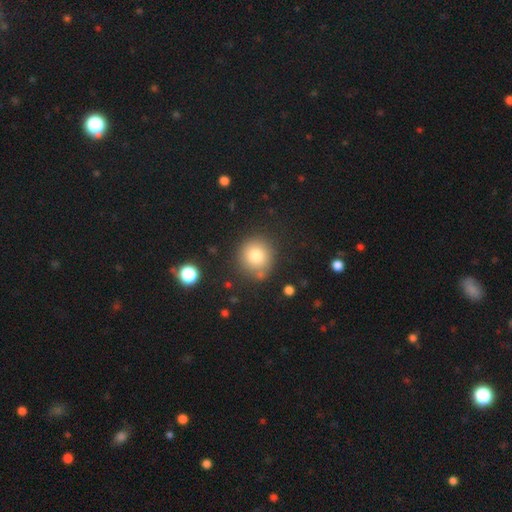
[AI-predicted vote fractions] Overall: smooth (78%). How rounded: round (91%). Merging: none (81%).